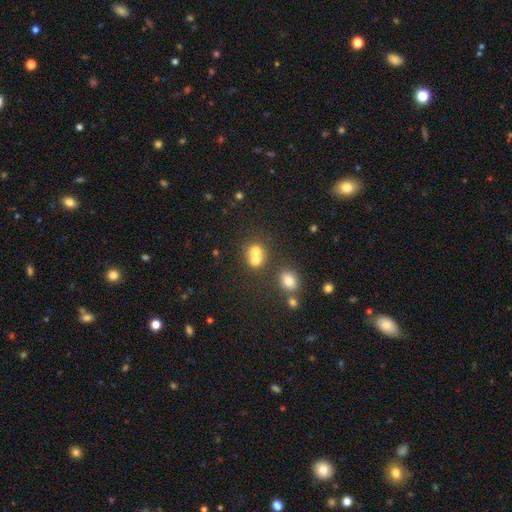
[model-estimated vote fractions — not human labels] A smooth galaxy with no disk features (70%) that is round (69%).

Vote fractions:
- Smooth or featured? smooth: 70% / featured or disk: 17% / star or artifact: 14%
- How rounded? round: 69% / in between: 30% / cigar-shaped: 1%
- Merging? merger: 61% / none: 29% / minor disturbance: 7% / major disturbance: 3%